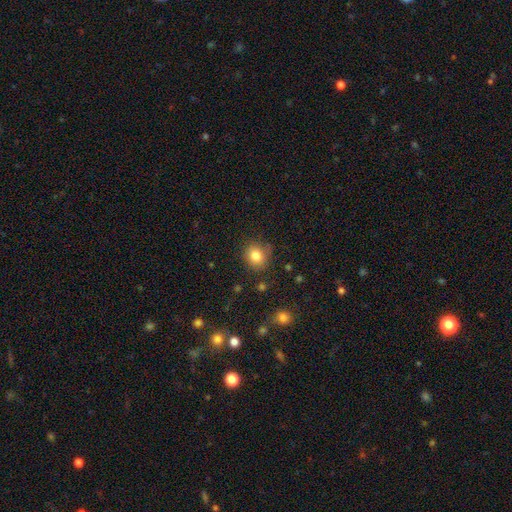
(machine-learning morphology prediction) Smooth or featured: smooth — 82% (star or artifact — 11%)
How rounded: round — 74% (in between — 25%)
Merging: none — 80% (minor disturbance — 14%)